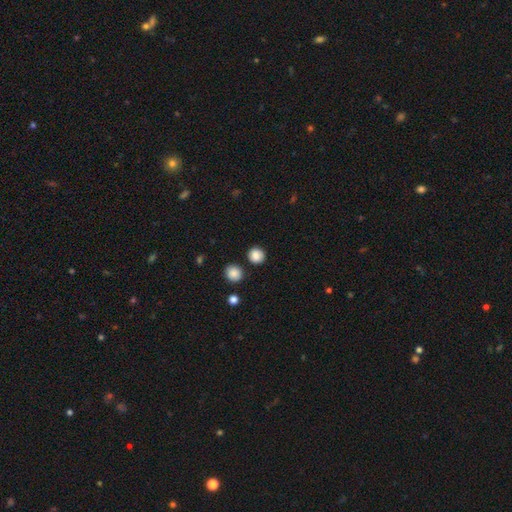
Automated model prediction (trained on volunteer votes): Morphology: type=smooth (86%); roundness=round (89%); merging=none (86%).